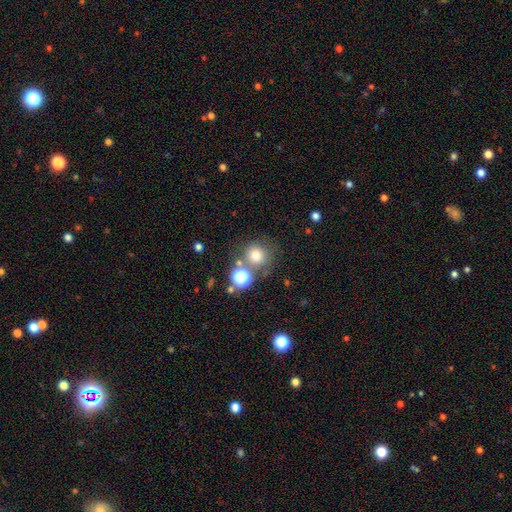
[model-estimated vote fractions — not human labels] This is likely a smooth galaxy (73%). How rounded: clearly round (90%). Merging: likely none (68%).